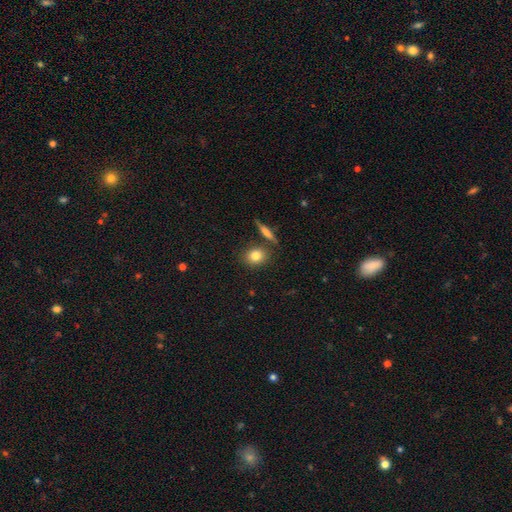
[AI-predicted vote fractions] A smooth galaxy with no disk features (81%) that is round (61%). Merging: none (78%).